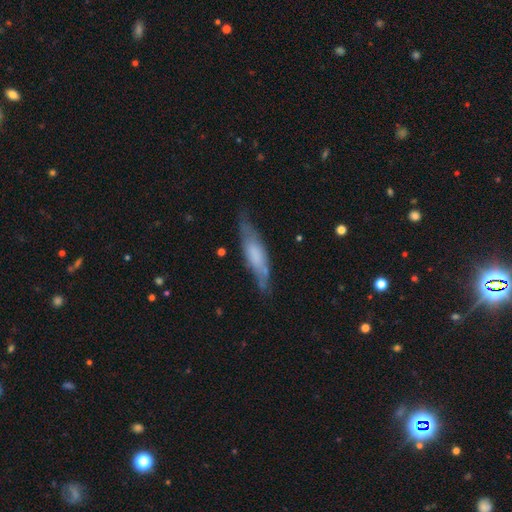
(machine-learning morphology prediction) A smooth galaxy with no disk features (51%) that is cigar-shaped (69%).

Vote fractions:
- Smooth or featured? smooth: 51% / featured or disk: 42% / star or artifact: 7%
- How rounded? cigar-shaped: 69% / in between: 29% / round: 2%
- Merging? none: 66% / minor disturbance: 24% / major disturbance: 7% / merger: 2%